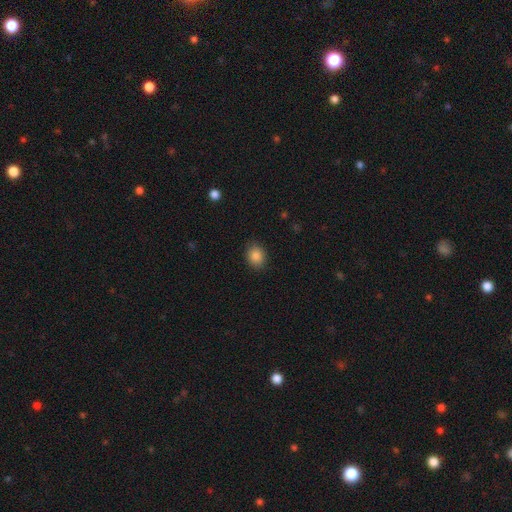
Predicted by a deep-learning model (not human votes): The model was most divided on "how rounded": round: 53%, in between: 46%, cigar-shaped: 1%. More confident: merging — none (87%); smooth or featured — smooth (86%).